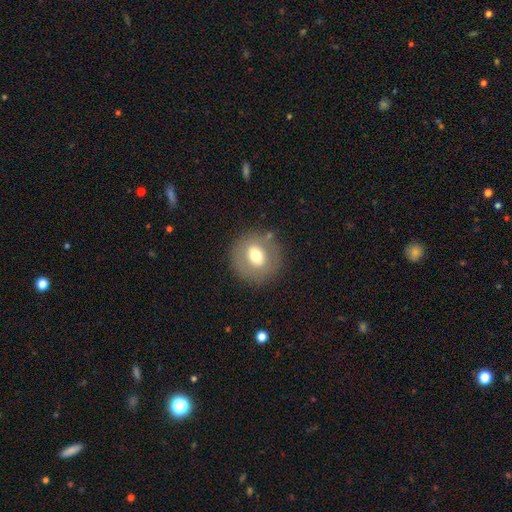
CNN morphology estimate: A smooth galaxy with no disk features (61%) that is round (81%).

Vote fractions:
- Smooth or featured? smooth: 61% / featured or disk: 30% / star or artifact: 9%
- How rounded? round: 81% / in between: 18% / cigar-shaped: 1%
- Merging? none: 81% / minor disturbance: 11% / major disturbance: 5% / merger: 2%